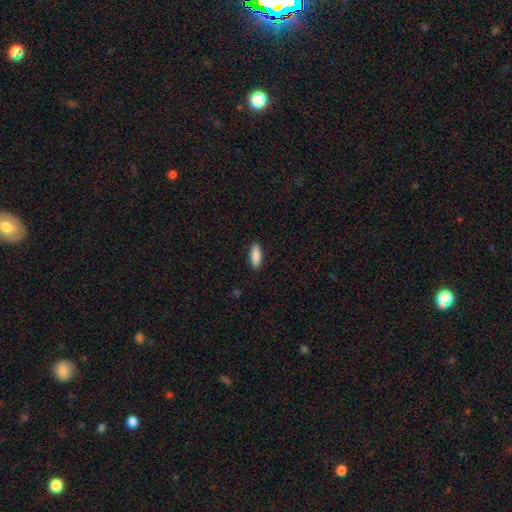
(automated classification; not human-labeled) A smooth galaxy with no disk features (90%) that is in between round and cigar-shaped (72%). Merging: none (90%).